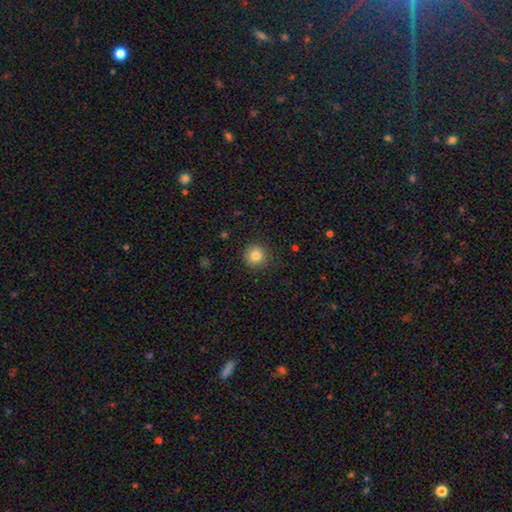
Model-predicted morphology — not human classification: smooth-or-featured: smooth: 83% | star or artifact: 11% | featured or disk: 7%
  how-rounded: round: 94% | in between: 5% | cigar-shaped: 1%
  merging: none: 88% | minor disturbance: 9% | major disturbance: 3% | merger: 1%